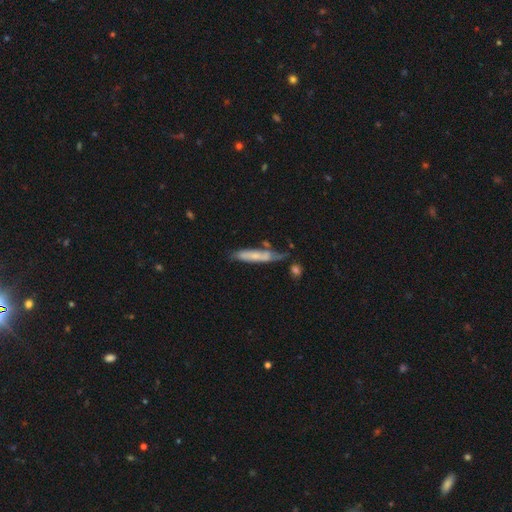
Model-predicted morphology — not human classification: type=smooth (53%); roundness=cigar-shaped (85%); merging=none (53%).